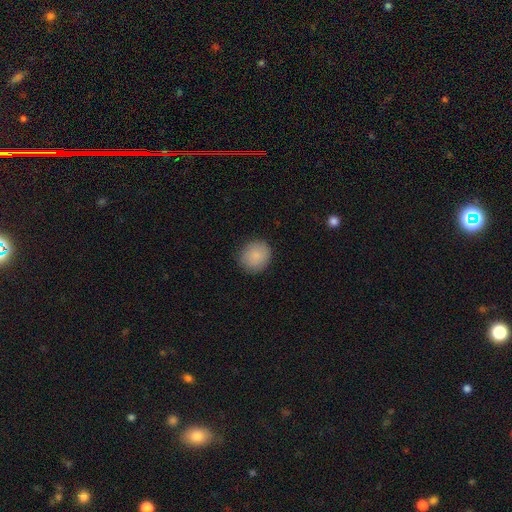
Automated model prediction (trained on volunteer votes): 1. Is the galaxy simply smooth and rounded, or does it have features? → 87% smooth, 7% star or artifact, 5% featured or disk.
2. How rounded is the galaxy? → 85% round, 14% in between, 1% cigar-shaped.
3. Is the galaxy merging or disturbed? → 87% none, 9% minor disturbance, 2% major disturbance, 1% merger.